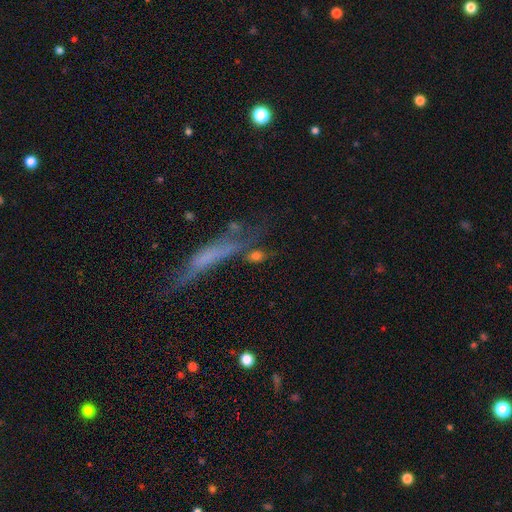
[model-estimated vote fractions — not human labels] Smooth or featured?
  - smooth: 59% *
  - featured or disk: 23%
  - star or artifact: 18%
How rounded?
  - cigar-shaped: 42% *
  - in between: 37%
  - round: 21%
Merging?
  - none: 55% *
  - merger: 17%
  - minor disturbance: 16%
  - major disturbance: 12%